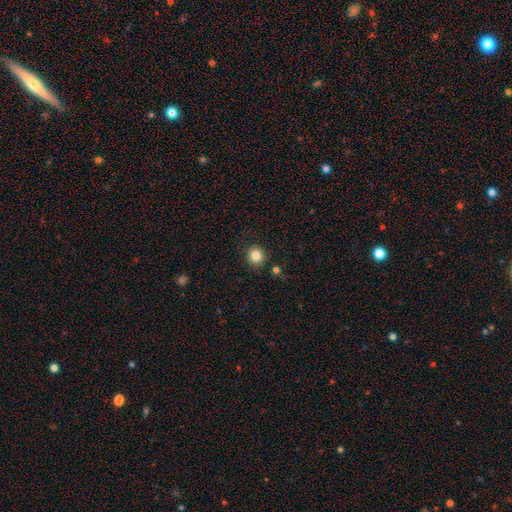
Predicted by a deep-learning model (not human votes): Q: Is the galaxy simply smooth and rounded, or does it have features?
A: smooth — 84%.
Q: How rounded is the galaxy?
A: round — 93%.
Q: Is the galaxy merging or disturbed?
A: none — 89%.